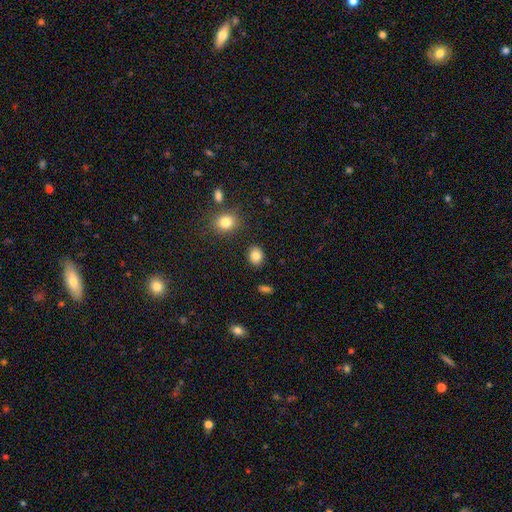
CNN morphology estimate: Smooth or featured? Predicted: smooth (p=0.85). How rounded? Predicted: round (p=0.55). Merging? Predicted: none (p=0.87).